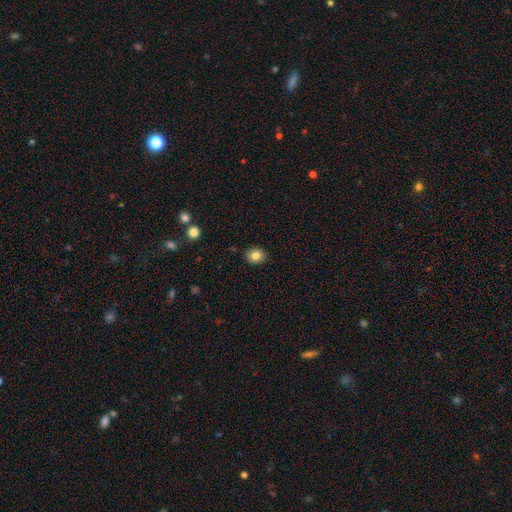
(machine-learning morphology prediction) smooth 82%, star or artifact 10%, featured or disk 7%. Down the decision tree: how rounded — round (73%); merging — none (88%).